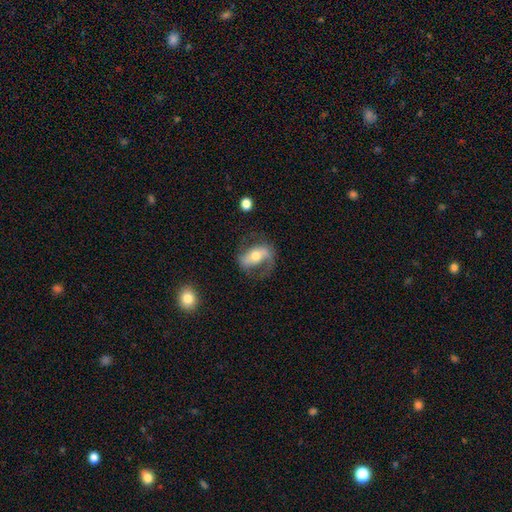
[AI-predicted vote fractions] Overall: featured or disk (72%). Edge-on disk: no (94%). Bar: strong (43%; weak 31%). Spiral arms: yes (86%). Spiral arm count: 2 (74%). Spiral winding: medium (43%; loose 41%). Bulge size: moderate (68%). Merging: none (60%).